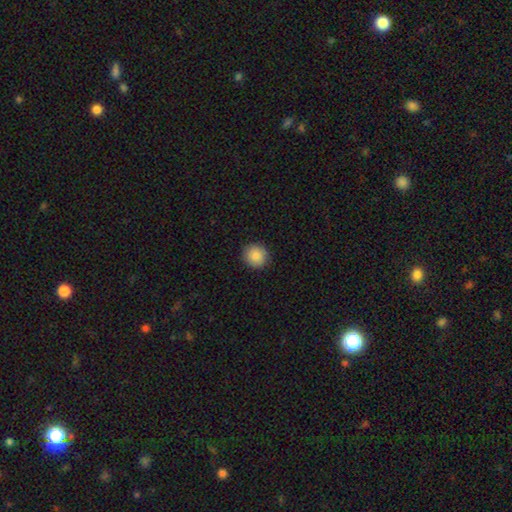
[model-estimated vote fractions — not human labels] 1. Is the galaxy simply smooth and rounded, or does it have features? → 88% smooth, 8% star or artifact, 4% featured or disk.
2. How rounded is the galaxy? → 91% round, 8% in between, 1% cigar-shaped.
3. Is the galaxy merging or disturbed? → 91% none, 6% minor disturbance, 2% major disturbance, 1% merger.